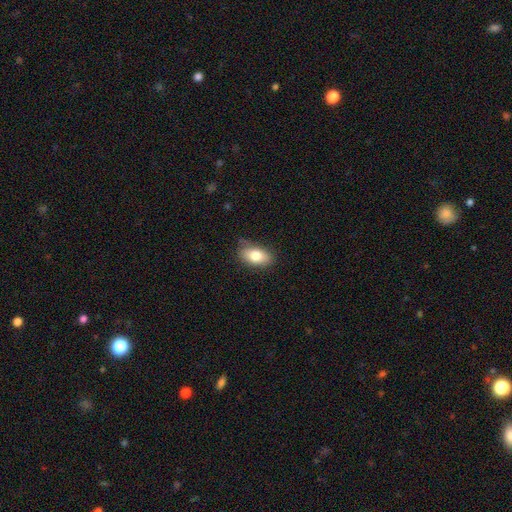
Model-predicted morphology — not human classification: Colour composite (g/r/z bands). It shows a smooth galaxy with no disk features (80%) that is in between round and cigar-shaped (90%). Merging: none (75%).